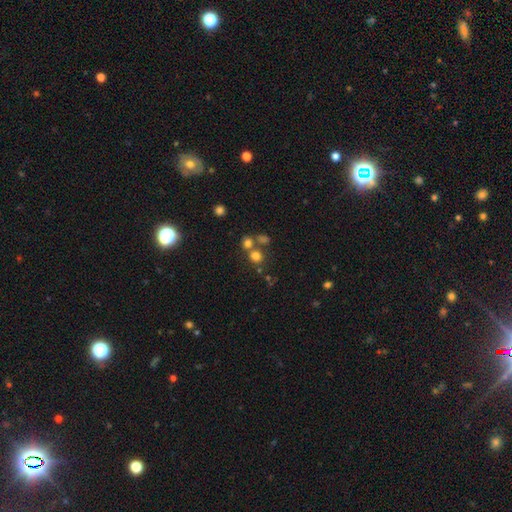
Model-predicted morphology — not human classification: A smooth galaxy with no disk features (72%) that is round (86%).

Vote fractions:
- Smooth or featured? smooth: 72% / star or artifact: 19% / featured or disk: 9%
- How rounded? round: 86% / in between: 13% / cigar-shaped: 1%
- Merging? none: 58% / merger: 31% / minor disturbance: 7% / major disturbance: 4%